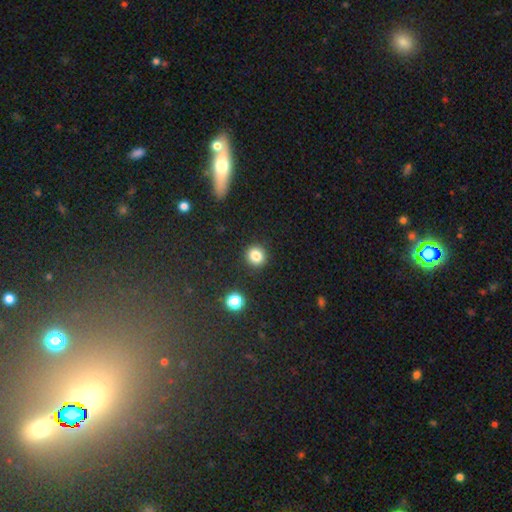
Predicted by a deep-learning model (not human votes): This appears to be a smooth galaxy with no disk features (83%) that is round (88%). Merging: none (90%).